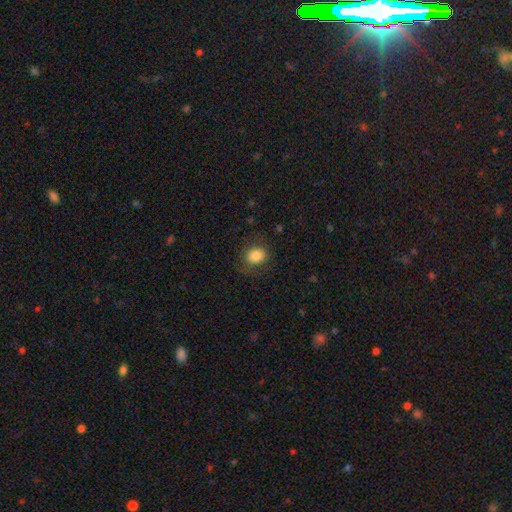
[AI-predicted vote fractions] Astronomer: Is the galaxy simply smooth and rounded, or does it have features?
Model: smooth — 82%.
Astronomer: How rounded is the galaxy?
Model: round — 60% (runner-up: in between, 39%).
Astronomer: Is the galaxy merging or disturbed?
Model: none — 78%.